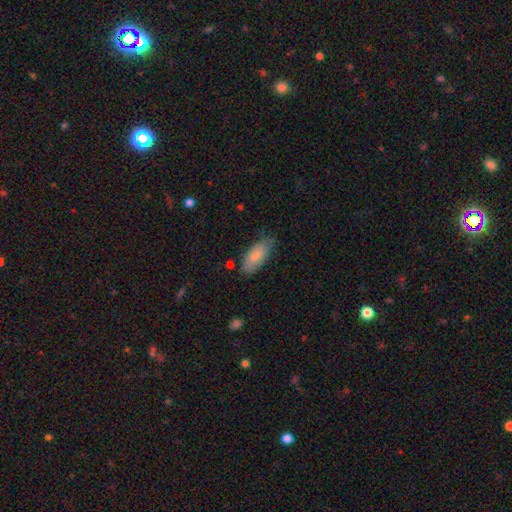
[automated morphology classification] Smooth or featured: smooth — 84% (featured or disk — 10%)
How rounded: in between — 83% (cigar-shaped — 16%)
Merging: none — 73% (minor disturbance — 21%)